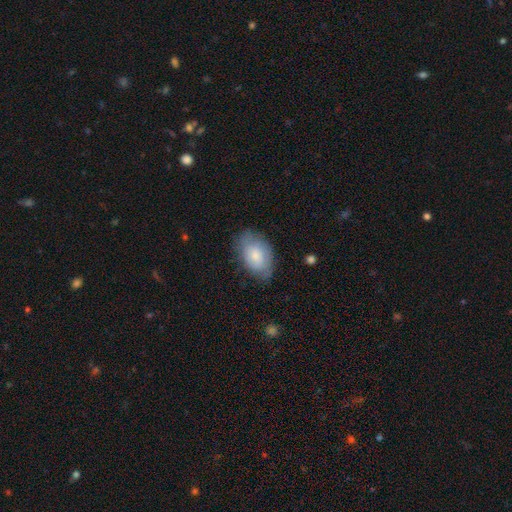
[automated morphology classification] smooth_or_featured: smooth (p=0.75) [alt: featured or disk p=0.19]
how_rounded: in between (p=0.91) [alt: round p=0.07]
merging: none (p=0.70) [alt: minor disturbance p=0.23]